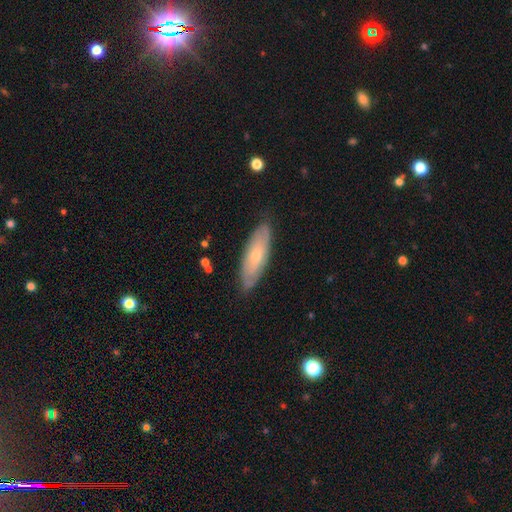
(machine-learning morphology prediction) A featured or disk galaxy (47%). Merging: none (82%).